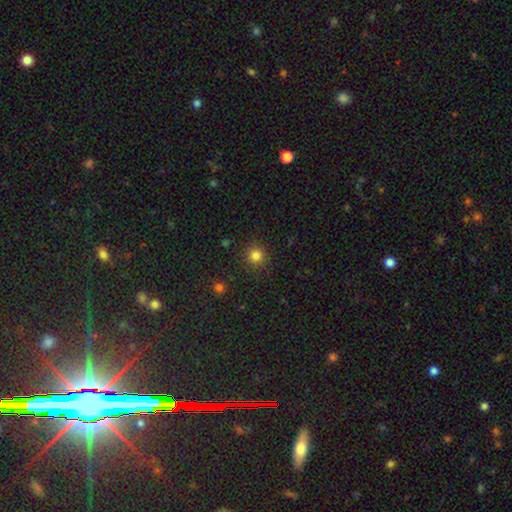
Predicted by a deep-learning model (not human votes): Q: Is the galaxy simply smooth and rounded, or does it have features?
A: smooth — 82%.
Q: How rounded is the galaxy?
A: round — 93%.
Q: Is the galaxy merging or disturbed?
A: none — 90%.